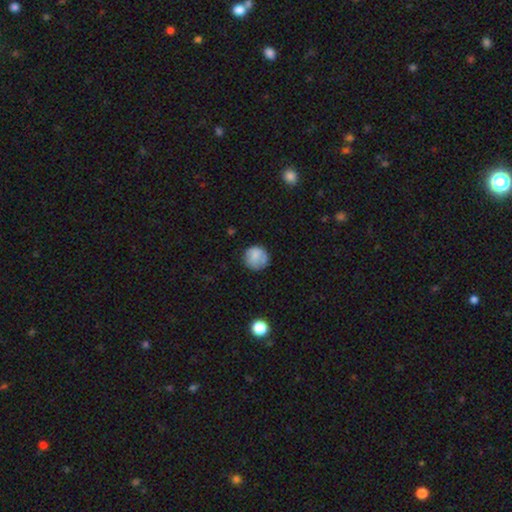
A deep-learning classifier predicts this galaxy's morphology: smooth 78%, featured or disk 13%, star or artifact 9%. Down the decision tree: how rounded — round (92%); merging — none (75%).